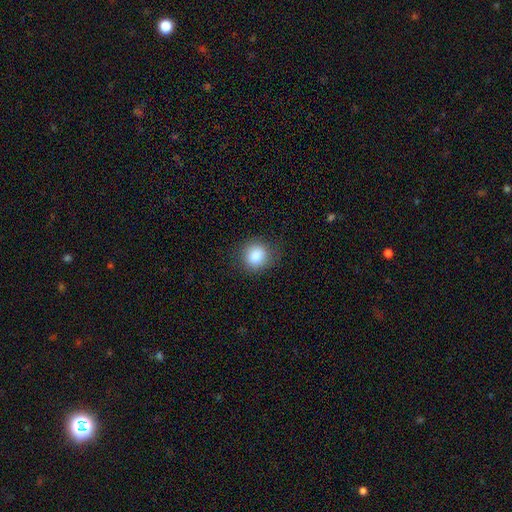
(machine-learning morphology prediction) smooth 86%, star or artifact 9%, featured or disk 5%. Down the decision tree: how rounded — round (78%); merging — none (82%).